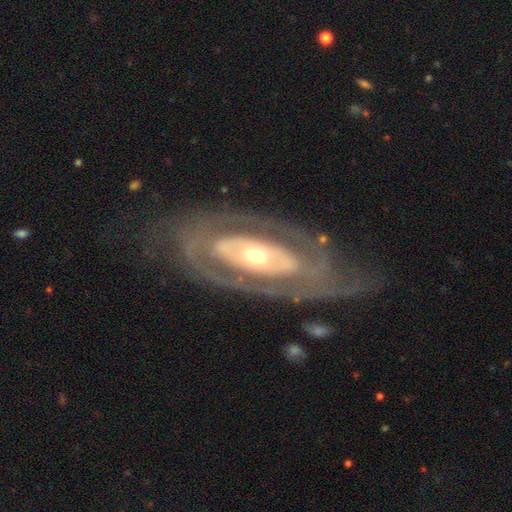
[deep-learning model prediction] Q: Smooth or featured?
A: featured or disk (83%); runner-up: smooth (12%)
Q: Edge-on disk?
A: no (92%); runner-up: yes (8%)
Q: Bar?
A: no (66%); runner-up: weak (18%)
Q: Spiral arms?
A: yes (66%); runner-up: no (34%)
Q: Spiral winding?
A: tight (56%); runner-up: medium (29%)
Q: Spiral arm count?
A: 2 (53%); runner-up: can't tell (28%)
Q: Bulge size?
A: moderate (60%); runner-up: small (28%)
Q: Merging?
A: none (69%); runner-up: minor disturbance (16%)